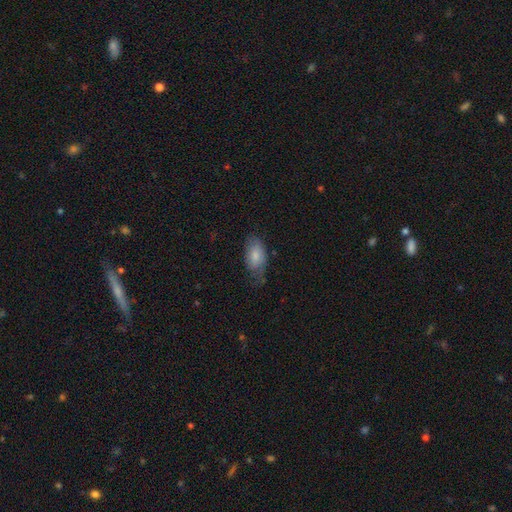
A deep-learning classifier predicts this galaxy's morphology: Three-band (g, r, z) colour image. It shows a smooth galaxy with no disk features (78%) that is in between round and cigar-shaped (93%). Merging: none (51%).